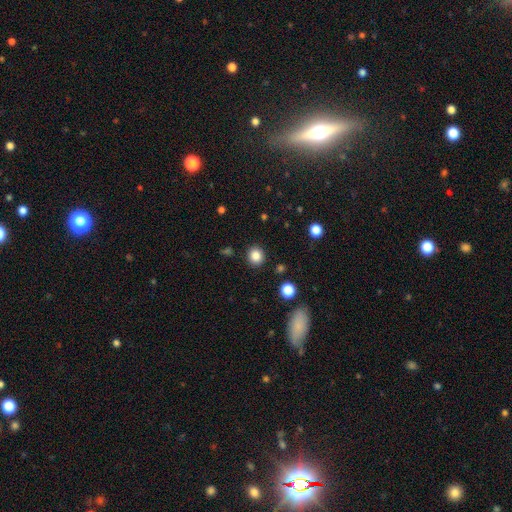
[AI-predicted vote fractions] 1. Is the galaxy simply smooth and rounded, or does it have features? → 84% smooth, 11% star or artifact, 4% featured or disk.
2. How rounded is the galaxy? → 85% round, 14% in between, 1% cigar-shaped.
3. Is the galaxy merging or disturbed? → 89% none, 6% minor disturbance, 2% major disturbance, 2% merger.